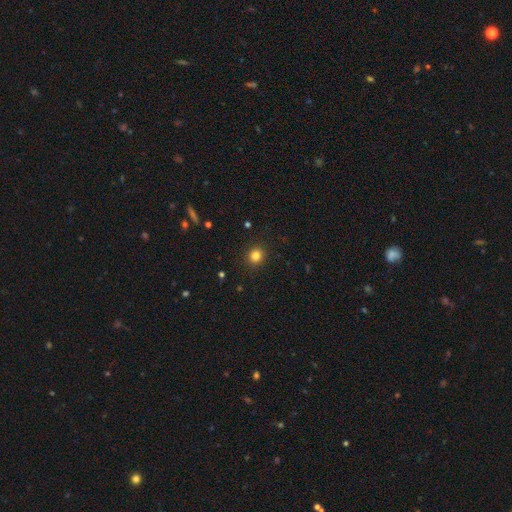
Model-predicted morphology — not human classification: type=smooth (82%); roundness=round (87%); merging=none (91%).